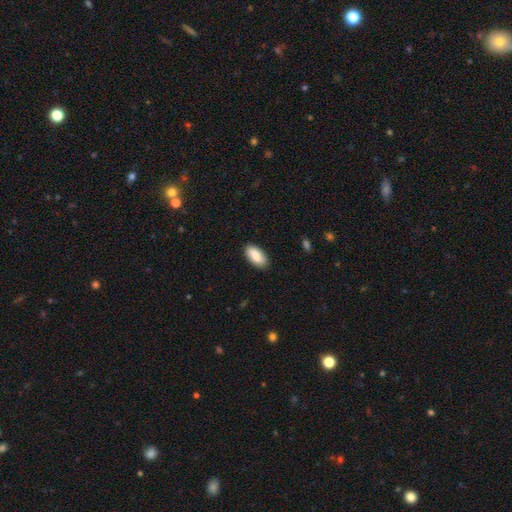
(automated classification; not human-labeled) Smooth or featured: smooth — 86% (featured or disk — 8%)
How rounded: in between — 93% (cigar-shaped — 4%)
Merging: none — 86% (minor disturbance — 11%)